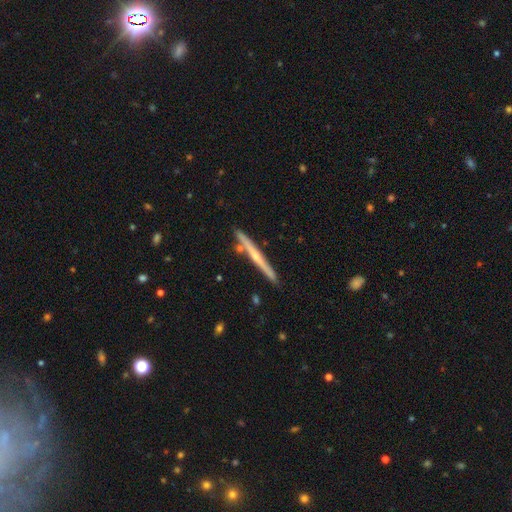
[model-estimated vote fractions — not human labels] Smooth or featured?
  - featured or disk: 70% *
  - smooth: 25%
  - star or artifact: 6%
Edge-on disk?
  - yes: 97% *
  - no: 3%
Edge-on bulge?
  - rounded: 64% *
  - none: 32%
  - boxy: 4%
Merging?
  - none: 85% *
  - minor disturbance: 9%
  - merger: 4%
  - major disturbance: 2%